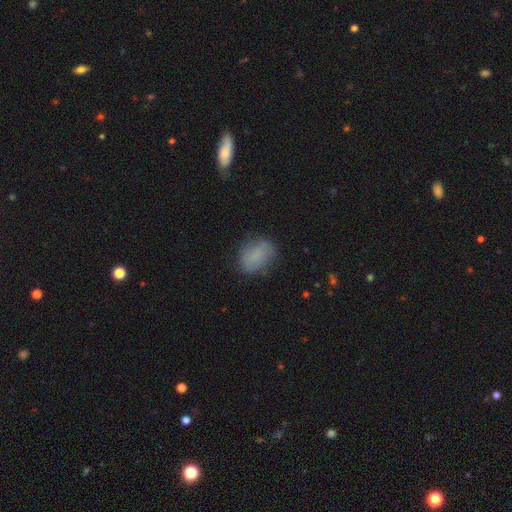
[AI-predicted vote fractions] Smooth or featured: smooth — 78% (featured or disk — 13%)
How rounded: in between — 72% (round — 27%)
Merging: none — 72% (minor disturbance — 20%)